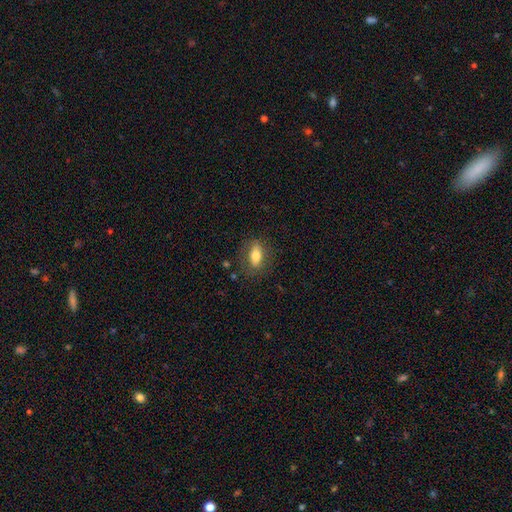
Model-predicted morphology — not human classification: This appears to be a smooth galaxy with no disk features (67%) that is in between round and cigar-shaped (78%). Merging: none (78%).